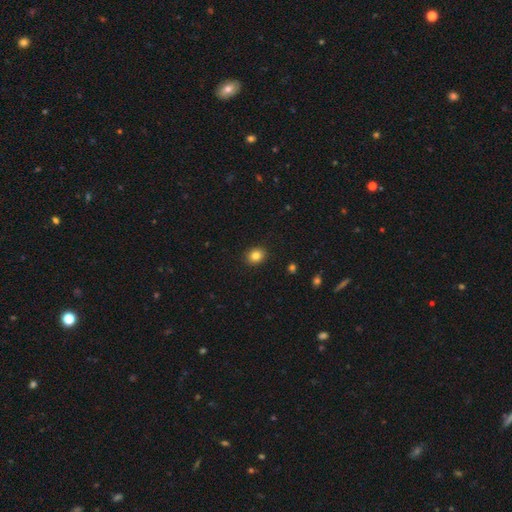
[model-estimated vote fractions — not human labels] The model was most divided on "how rounded": round: 60%, in between: 39%, cigar-shaped: 1%. More confident: merging — none (90%); smooth or featured — smooth (84%).